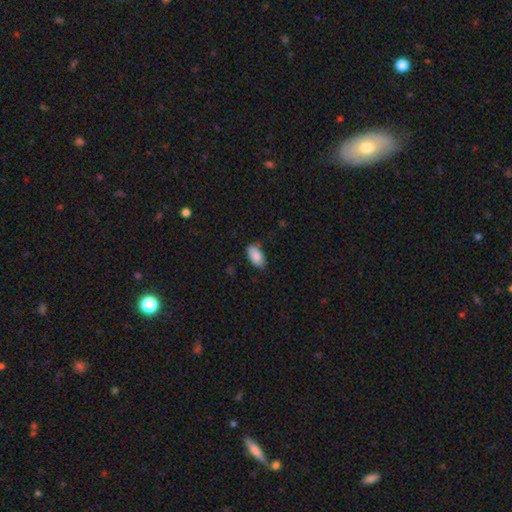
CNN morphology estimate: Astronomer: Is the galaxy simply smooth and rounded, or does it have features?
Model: smooth — 87%.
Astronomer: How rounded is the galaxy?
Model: in between — 94%.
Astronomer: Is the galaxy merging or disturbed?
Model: none — 76%.